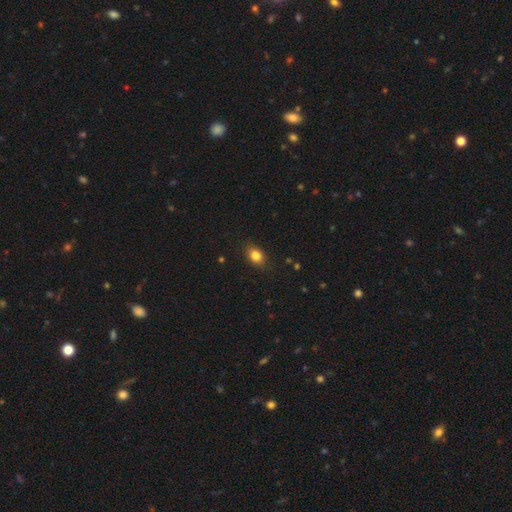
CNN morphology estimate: Smooth or featured? Predicted: smooth (p=0.83). How rounded? Predicted: in between (p=0.71). Merging? Predicted: none (p=0.85).